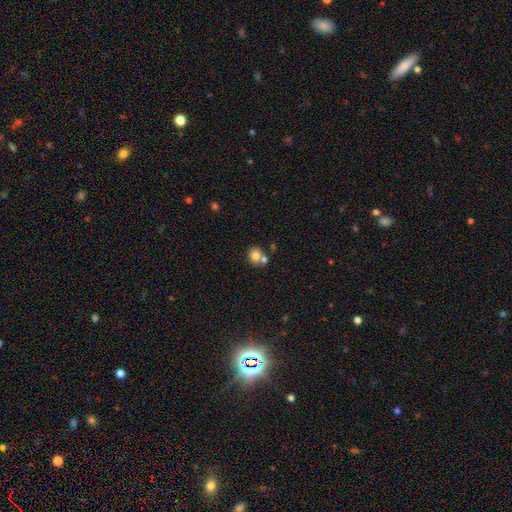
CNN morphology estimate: This is likely a smooth galaxy (78%). How rounded: likely round (76%). Merging: possibly none (50%).